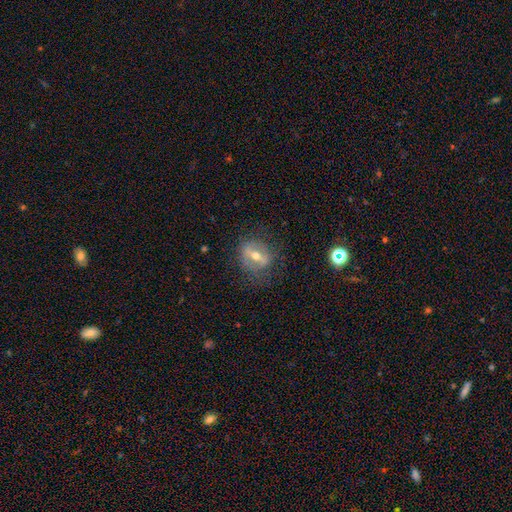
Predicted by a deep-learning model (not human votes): A featured or disk galaxy (64%) with a strong bar (62%), no spiral arms (69%) and a moderate central bulge (70%). Merging: none (71%).